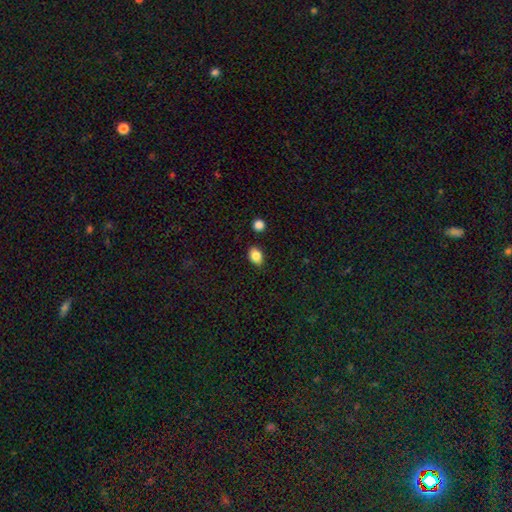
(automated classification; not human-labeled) Smooth or featured? Predicted: smooth (p=0.84). How rounded? Predicted: in between (p=0.78). Merging? Predicted: none (p=0.85).